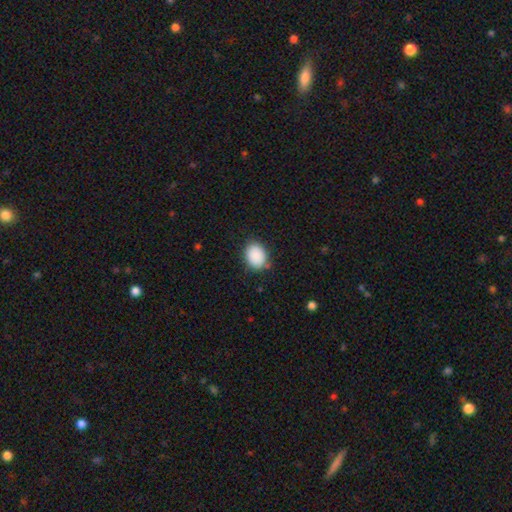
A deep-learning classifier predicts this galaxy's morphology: Overall: smooth (89%). How rounded: in between (61%; round 38%). Merging: none (82%).